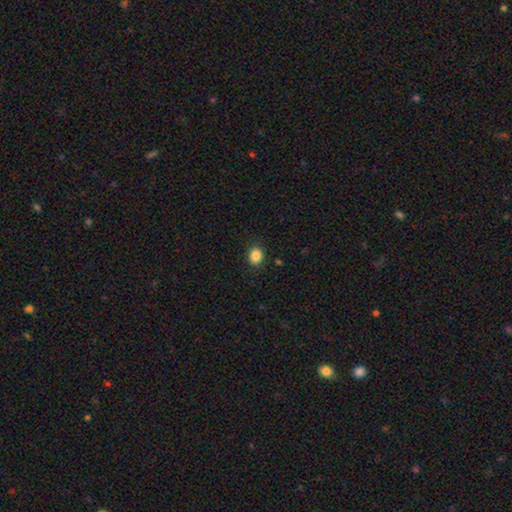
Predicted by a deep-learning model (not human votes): Smooth or featured?
  - smooth: 86% *
  - star or artifact: 10%
  - featured or disk: 4%
How rounded?
  - round: 54% *
  - in between: 45%
  - cigar-shaped: 1%
Merging?
  - none: 87% *
  - minor disturbance: 9%
  - major disturbance: 3%
  - merger: 1%